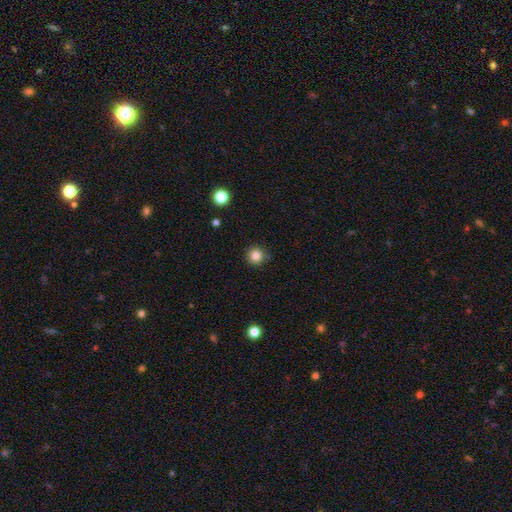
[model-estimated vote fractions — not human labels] This appears to be a smooth galaxy with no disk features (84%) that is round (95%). Merging: none (88%).